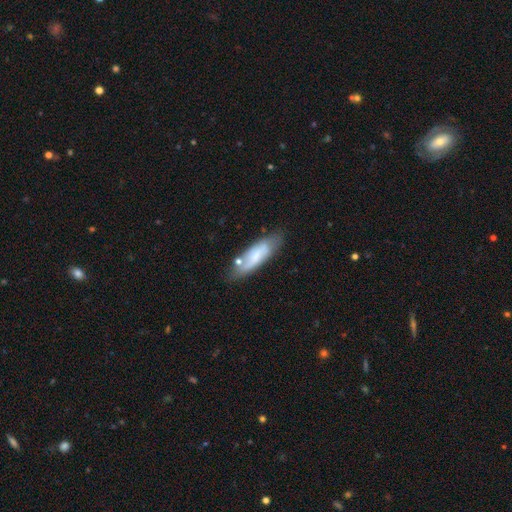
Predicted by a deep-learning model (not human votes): Smooth or featured: smooth — 60% (featured or disk — 34%)
How rounded: in between — 50% (cigar-shaped — 48%)
Merging: none — 65% (minor disturbance — 21%)